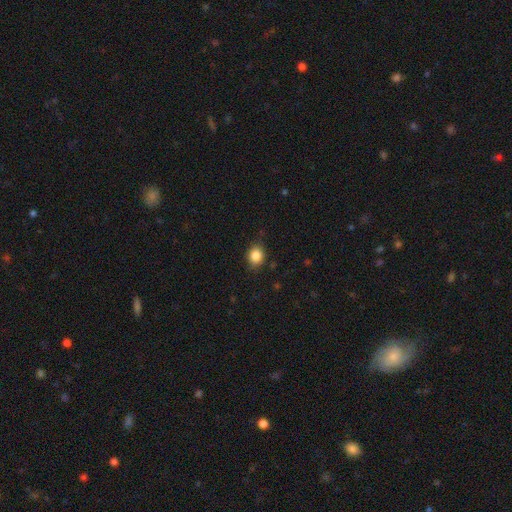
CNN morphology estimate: type=smooth (85%); roundness=round (60%); merging=none (79%).